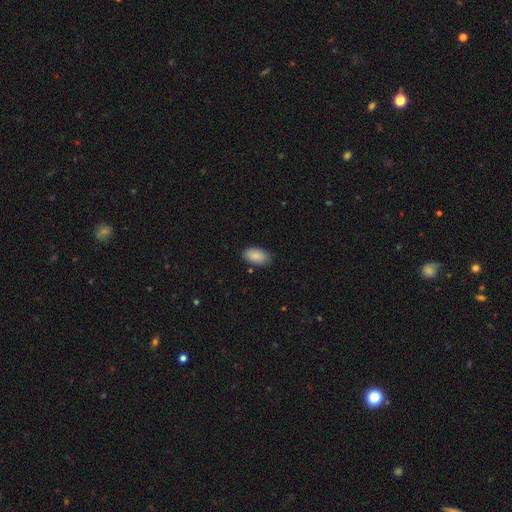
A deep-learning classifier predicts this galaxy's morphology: A smooth galaxy with no disk features (89%) that is in between round and cigar-shaped (94%).

Vote fractions:
- Smooth or featured? smooth: 89% / star or artifact: 7% / featured or disk: 5%
- How rounded? in between: 94% / round: 3% / cigar-shaped: 2%
- Merging? none: 84% / minor disturbance: 12% / major disturbance: 2% / merger: 1%